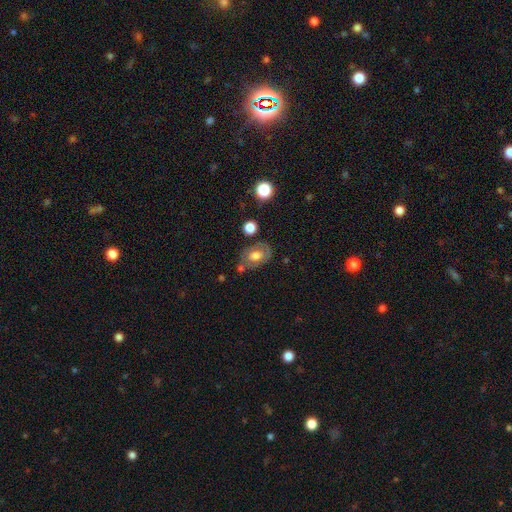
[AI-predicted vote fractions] Q: Smooth or featured?
A: smooth (52%); runner-up: featured or disk (39%)
Q: How rounded?
A: in between (78%); runner-up: round (20%)
Q: Merging?
A: none (57%); runner-up: minor disturbance (23%)